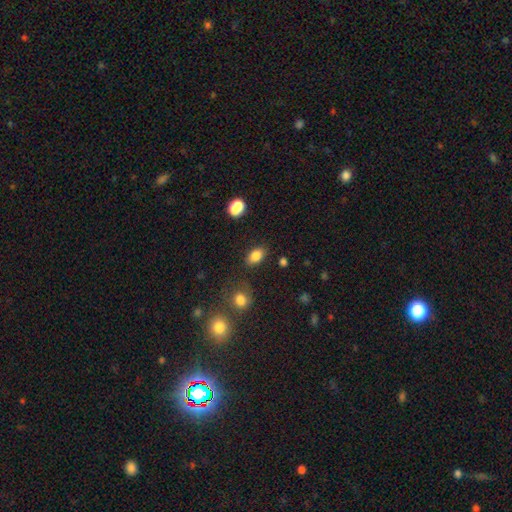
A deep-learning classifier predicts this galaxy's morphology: A smooth galaxy with no disk features (83%) that is in between round and cigar-shaped (84%).

Vote fractions:
- Smooth or featured? smooth: 83% / star or artifact: 10% / featured or disk: 7%
- How rounded? in between: 84% / round: 14% / cigar-shaped: 2%
- Merging? none: 82% / minor disturbance: 12% / major disturbance: 3% / merger: 3%